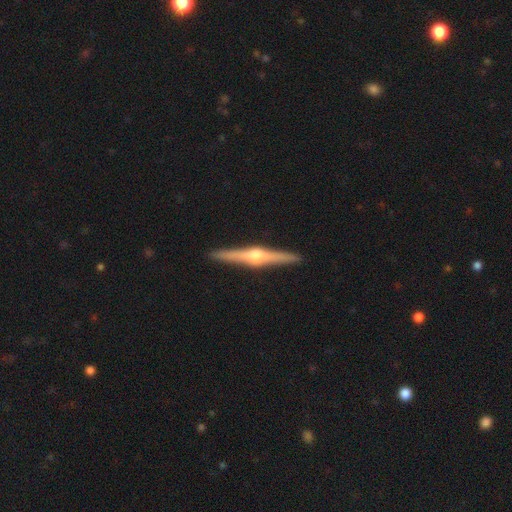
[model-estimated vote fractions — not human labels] smooth_or_featured: featured or disk (p=0.85) [alt: smooth p=0.11]
disk_edge_on: yes (p=0.99) [alt: no p=0.01]
edge_on_bulge: rounded (p=0.94) [alt: boxy p=0.04]
merging: none (p=0.93) [alt: minor disturbance p=0.05]